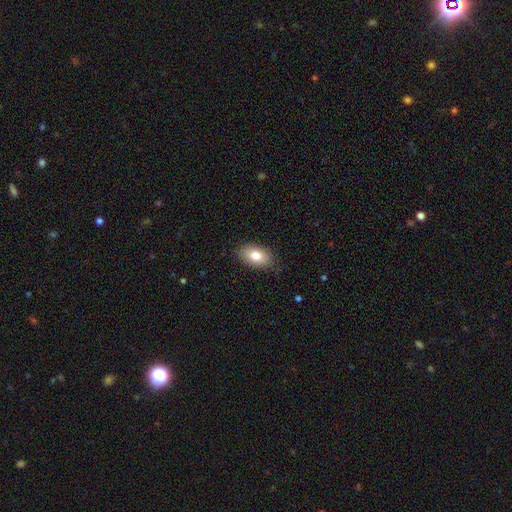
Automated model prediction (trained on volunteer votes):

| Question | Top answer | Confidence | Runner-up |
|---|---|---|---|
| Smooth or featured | smooth | 81% | featured or disk (12%) |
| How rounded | in between | 91% | round (7%) |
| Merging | none | 84% | minor disturbance (12%) |